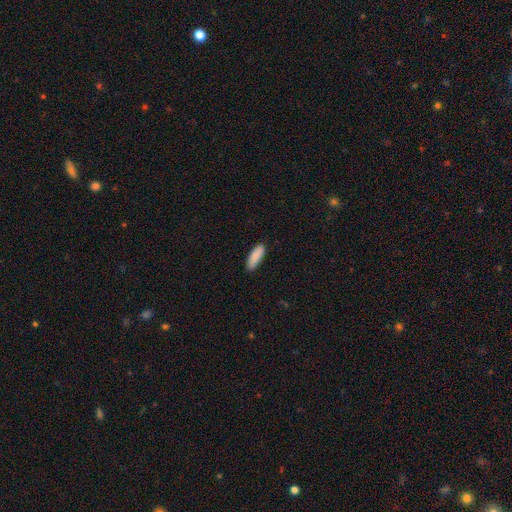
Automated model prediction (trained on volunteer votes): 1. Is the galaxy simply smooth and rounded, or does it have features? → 89% smooth, 6% star or artifact, 5% featured or disk.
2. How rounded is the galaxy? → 64% in between, 35% cigar-shaped, 2% round.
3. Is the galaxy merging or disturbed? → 86% none, 11% minor disturbance, 2% major disturbance, 1% merger.